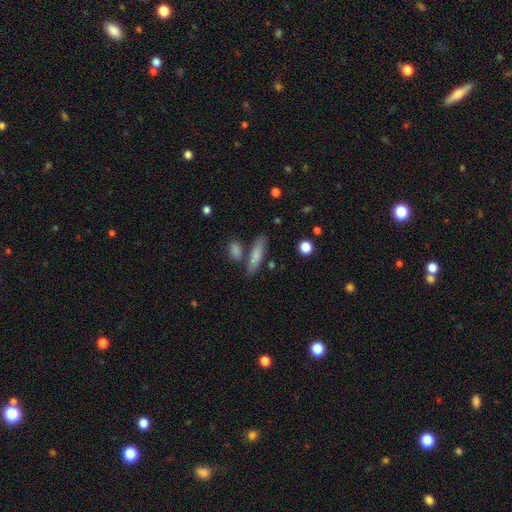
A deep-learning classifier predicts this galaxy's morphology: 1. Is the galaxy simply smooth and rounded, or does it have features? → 77% smooth, 17% featured or disk, 6% star or artifact.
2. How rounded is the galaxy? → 64% cigar-shaped, 33% in between, 3% round.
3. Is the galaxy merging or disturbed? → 71% none, 13% minor disturbance, 12% merger, 4% major disturbance.